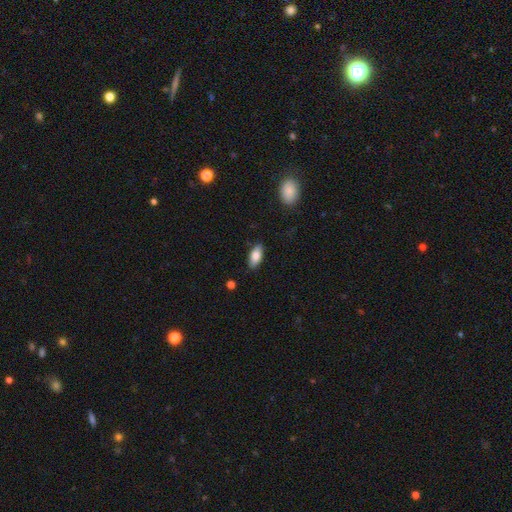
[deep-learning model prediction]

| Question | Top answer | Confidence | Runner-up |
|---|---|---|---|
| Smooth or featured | smooth | 80% | featured or disk (13%) |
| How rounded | in between | 87% | cigar-shaped (11%) |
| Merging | none | 87% | minor disturbance (10%) |